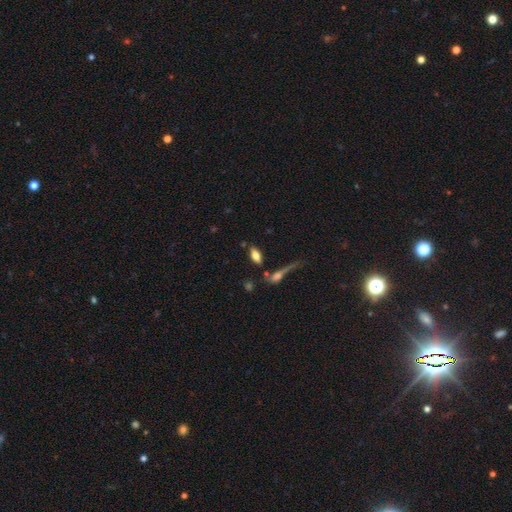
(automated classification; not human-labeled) Q: Smooth or featured?
A: smooth (68%); runner-up: featured or disk (24%)
Q: How rounded?
A: in between (82%); runner-up: cigar-shaped (14%)
Q: Merging?
A: none (68%); runner-up: minor disturbance (13%)